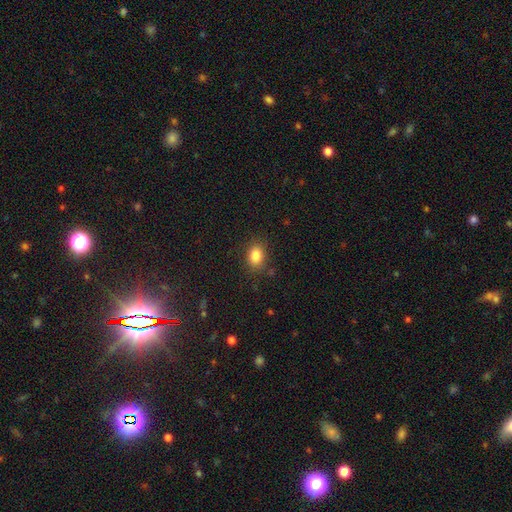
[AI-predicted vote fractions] Morphology: type=smooth (84%); roundness=in between (66%); merging=none (84%).